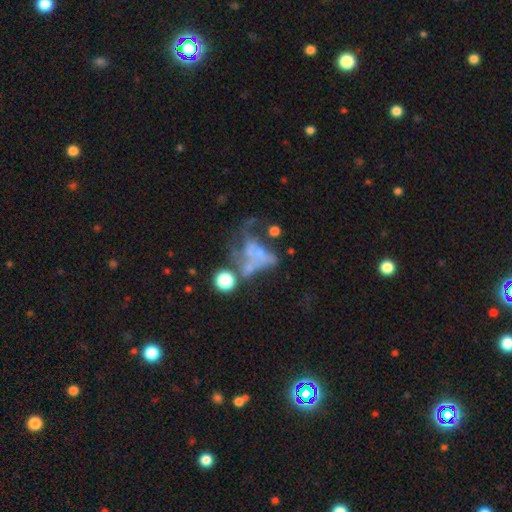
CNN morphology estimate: This is possibly a featured or disk galaxy (50%). It is clearly not viewed edge-on (97%). Merging: marginally major disturbance (39%).